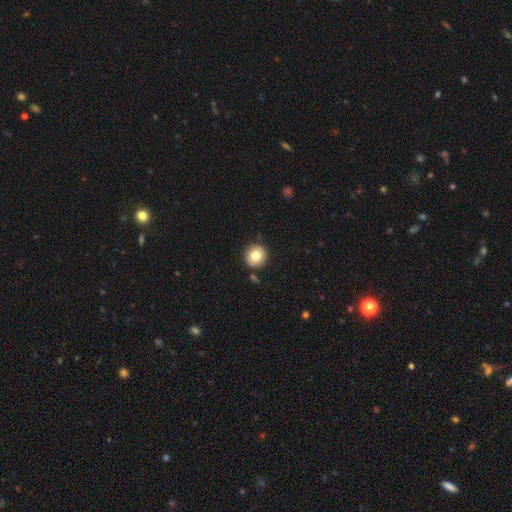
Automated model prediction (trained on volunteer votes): This appears to be a smooth galaxy with no disk features (80%) that is round (93%). Merging: none (88%).